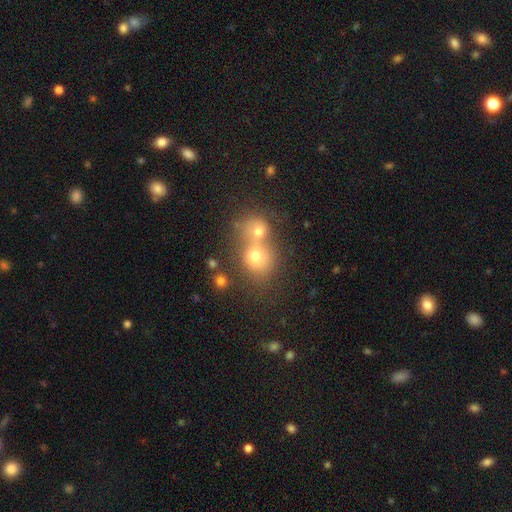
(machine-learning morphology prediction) This is likely a smooth galaxy (67%). How rounded: likely round (69%). Merging: likely merger (62%).